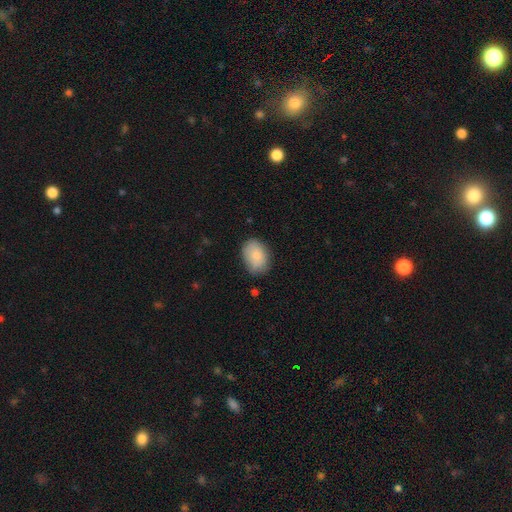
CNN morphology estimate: Q: Smooth or featured?
A: smooth (84%); runner-up: featured or disk (9%)
Q: How rounded?
A: in between (82%); runner-up: round (17%)
Q: Merging?
A: none (76%); runner-up: minor disturbance (19%)